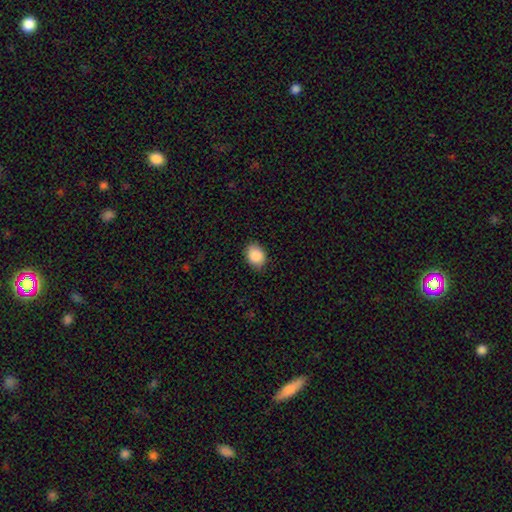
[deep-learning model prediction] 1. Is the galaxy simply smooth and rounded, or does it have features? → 89% smooth, 7% star or artifact, 4% featured or disk.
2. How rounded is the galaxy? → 65% in between, 34% round, 1% cigar-shaped.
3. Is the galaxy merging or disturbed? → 86% none, 11% minor disturbance, 2% major disturbance, 1% merger.